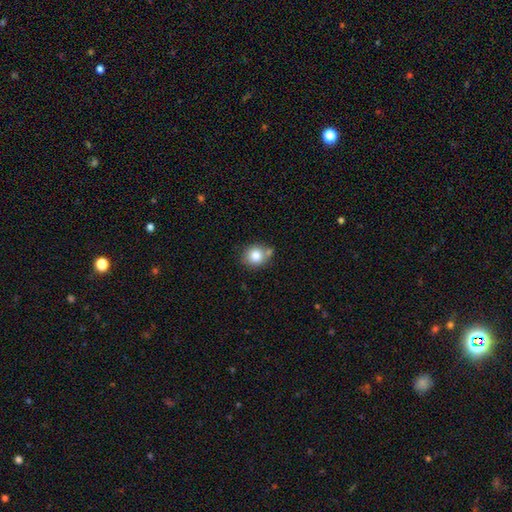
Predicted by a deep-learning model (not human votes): Smooth or featured: smooth — 81% (star or artifact — 10%)
How rounded: round — 77% (in between — 22%)
Merging: none — 61% (merger — 18%)